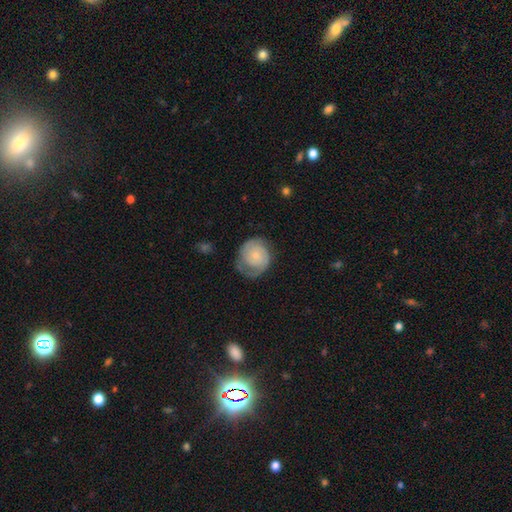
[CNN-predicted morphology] This is likely a featured or disk galaxy (65%). It is clearly not viewed edge-on (98%). Bar: likely no (75%). Spiral arm pattern: clearly yes (90%). Spiral arm count: possibly 2 (56%). Spiral winding: possibly tight (58%). Central bulge: likely small (63%). Merging: possibly none (56%).